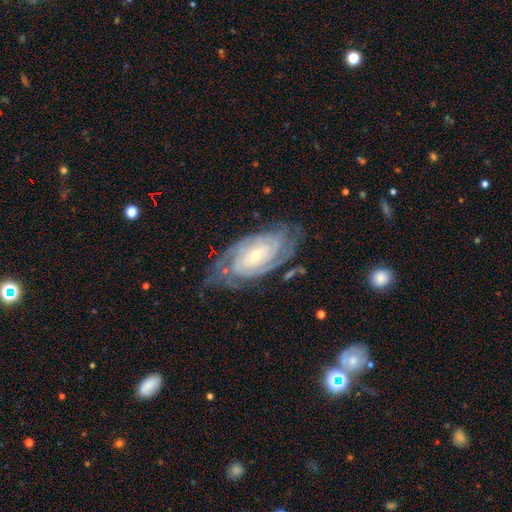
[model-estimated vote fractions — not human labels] Smooth or featured?
  - featured or disk: 87% *
  - smooth: 7%
  - star or artifact: 6%
Edge-on disk?
  - no: 95% *
  - yes: 5%
Bar?
  - no: 63% *
  - weak: 27%
  - strong: 10%
Spiral arms?
  - yes: 97% *
  - no: 3%
Spiral winding?
  - tight: 77% *
  - medium: 20%
  - loose: 4%
Spiral arm count?
  - 2: 31% *
  - can't tell: 30%
  - 3: 16%
  - 4: 13%
  - more than 4: 6%
  - 1: 5%
Bulge size?
  - small: 75% *
  - moderate: 20%
  - none: 2%
  - large: 2%
  - dominant: 1%
Merging?
  - none: 71% *
  - minor disturbance: 20%
  - major disturbance: 7%
  - merger: 2%